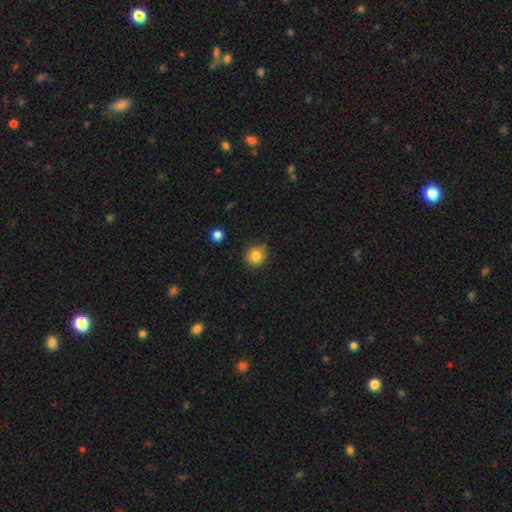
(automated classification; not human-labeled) Smooth or featured?
  - smooth: 83% *
  - star or artifact: 11%
  - featured or disk: 6%
How rounded?
  - round: 89% *
  - in between: 10%
  - cigar-shaped: 1%
Merging?
  - none: 82% *
  - minor disturbance: 14%
  - major disturbance: 2%
  - merger: 2%